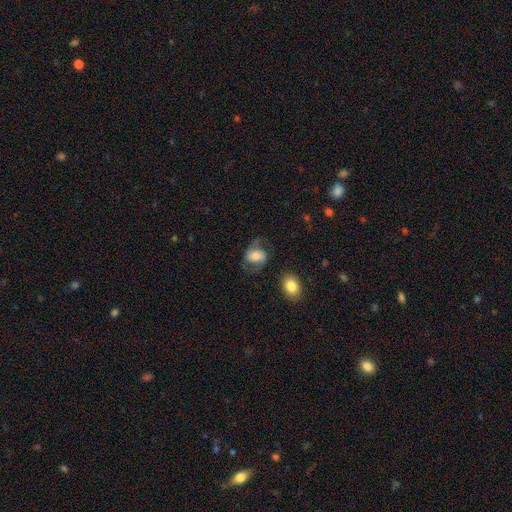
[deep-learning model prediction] featured or disk 53%, smooth 39%, star or artifact 9%. Down the decision tree: edge-on disk — no (96%); bar — no (50%); spiral arms — yes (86%); bulge size — moderate (53%); merging — none (59%).